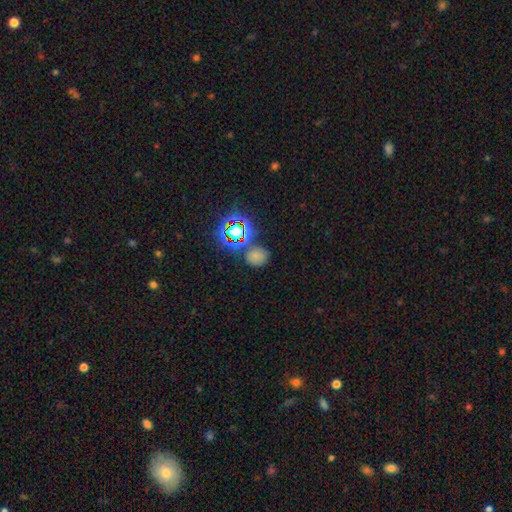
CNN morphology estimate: smooth 60%, star or artifact 32%, featured or disk 8%. Down the decision tree: how rounded — round (66%); merging — none (70%).